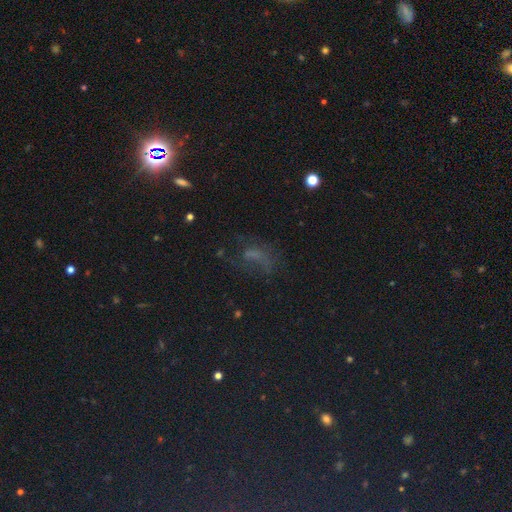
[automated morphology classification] smooth 37%, star or artifact 36%, featured or disk 27%. Down the decision tree: merging — none (42%).